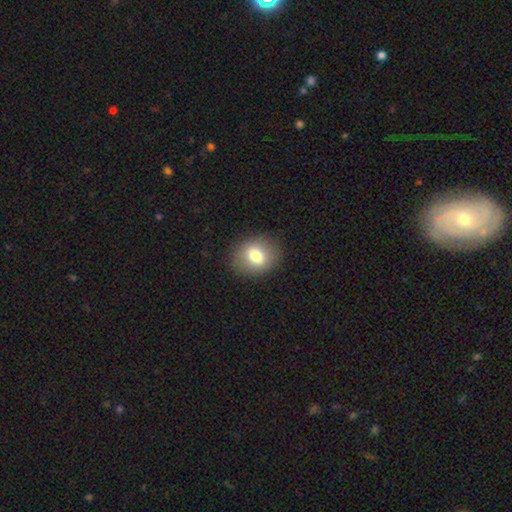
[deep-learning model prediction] smooth-or-featured: smooth: 75% | featured or disk: 16% | star or artifact: 9%
  how-rounded: in between: 50% | round: 49% | cigar-shaped: 1%
  merging: none: 86% | minor disturbance: 9% | major disturbance: 3% | merger: 1%